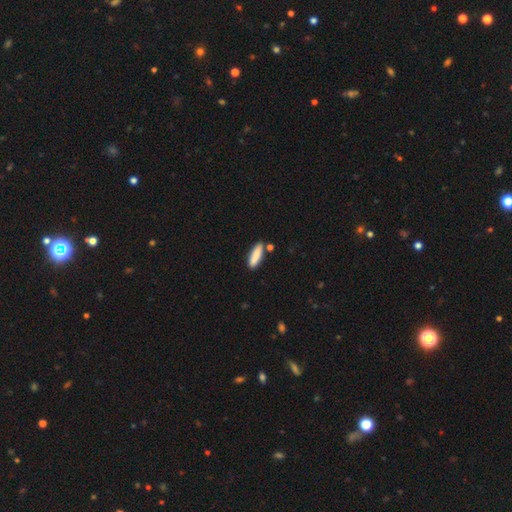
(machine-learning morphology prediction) Q: Smooth or featured?
A: smooth (87%); runner-up: featured or disk (7%)
Q: How rounded?
A: cigar-shaped (62%); runner-up: in between (36%)
Q: Merging?
A: none (78%); runner-up: minor disturbance (12%)